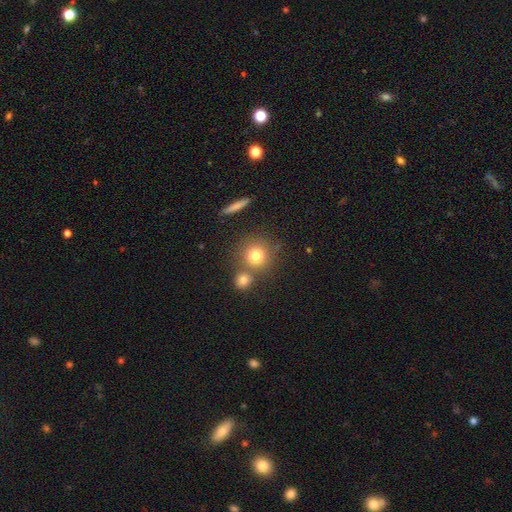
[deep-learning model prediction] This appears to be a smooth galaxy with no disk features (77%) that is round (89%). Merging: none (66%).